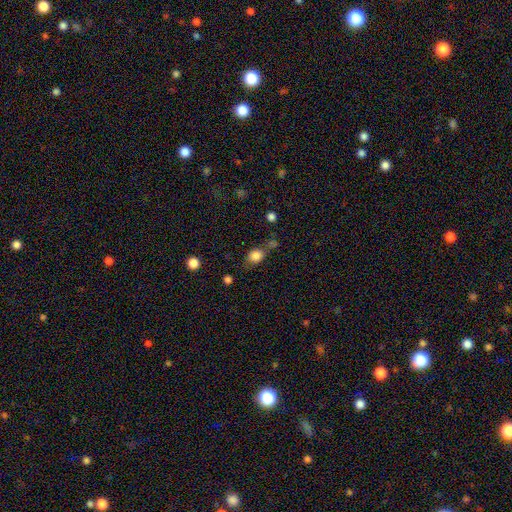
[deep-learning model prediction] Q: Smooth or featured?
A: smooth (83%); runner-up: star or artifact (11%)
Q: How rounded?
A: round (51%); runner-up: in between (47%)
Q: Merging?
A: none (58%); runner-up: minor disturbance (19%)